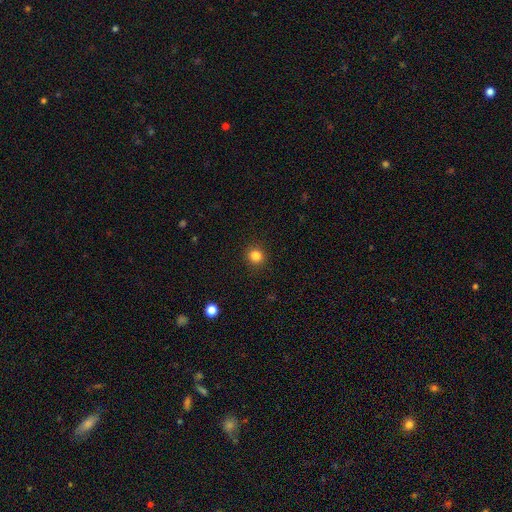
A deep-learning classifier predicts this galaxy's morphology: A smooth galaxy with no disk features (84%) that is round (90%).

Vote fractions:
- Smooth or featured? smooth: 84% / star or artifact: 12% / featured or disk: 4%
- How rounded? round: 90% / in between: 9% / cigar-shaped: 1%
- Merging? none: 91% / minor disturbance: 6% / major disturbance: 2% / merger: 1%